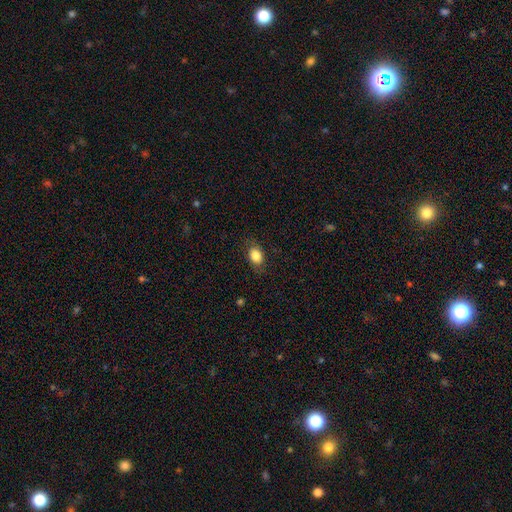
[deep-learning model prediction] Smooth or featured? smooth (84%)
How rounded? in between (72%)
Merging? none (81%)